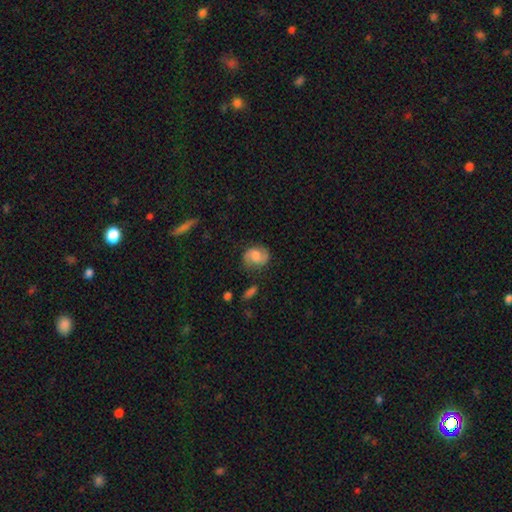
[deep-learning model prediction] smooth_or_featured: featured or disk (p=0.65) [alt: smooth p=0.28]
disk_edge_on: no (p=0.97) [alt: yes p=0.03]
bar: no (p=0.53) [alt: weak p=0.40]
has_spiral_arms: yes (p=0.94) [alt: no p=0.06]
spiral_winding: medium (p=0.49) [alt: loose p=0.29]
spiral_arm_count: 2 (p=0.89) [alt: can't tell p=0.05]
bulge_size: moderate (p=0.45) [alt: small p=0.22]
merging: none (p=0.75) [alt: minor disturbance p=0.17]